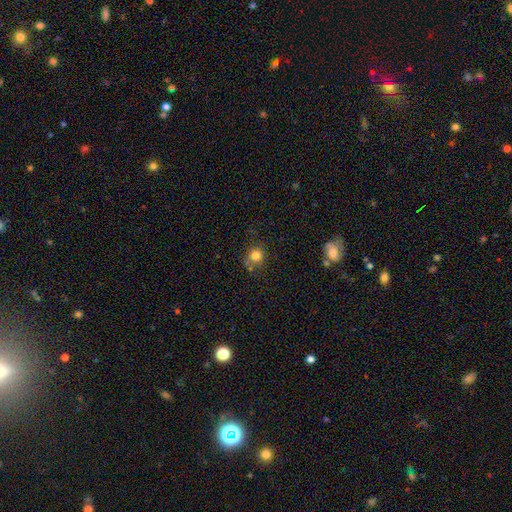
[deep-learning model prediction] Smooth or featured? Predicted: smooth (p=0.80). How rounded? Predicted: round (p=0.88). Merging? Predicted: none (p=0.67).